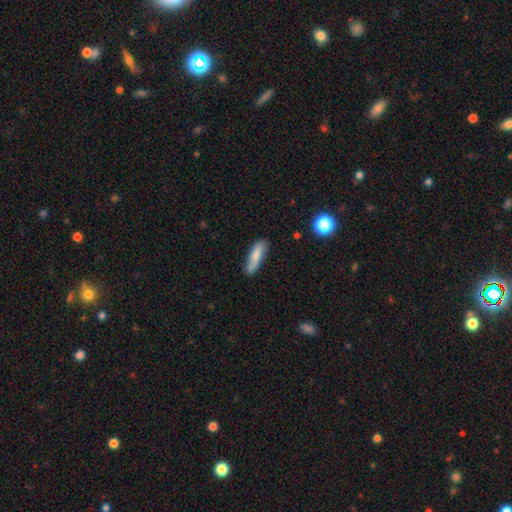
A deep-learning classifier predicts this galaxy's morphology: Smooth or featured? smooth (76%)
How rounded? cigar-shaped (63%)
Merging? none (71%)